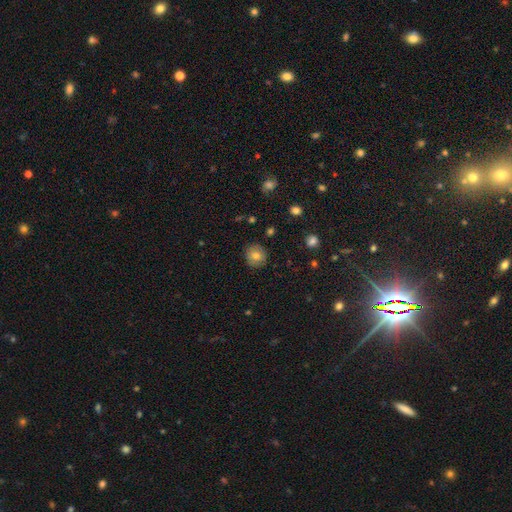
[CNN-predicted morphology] smooth-or-featured: smooth: 78% | featured or disk: 12% | star or artifact: 10%
  how-rounded: round: 90% | in between: 9% | cigar-shaped: 1%
  merging: none: 88% | minor disturbance: 9% | major disturbance: 2% | merger: 1%